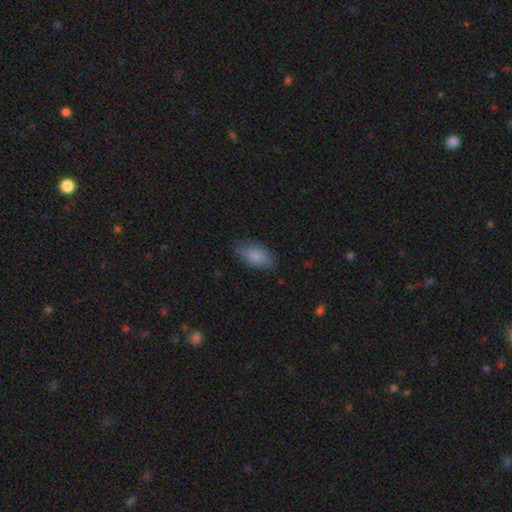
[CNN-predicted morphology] Smooth or featured? smooth (83%)
How rounded? in between (91%)
Merging? none (74%)